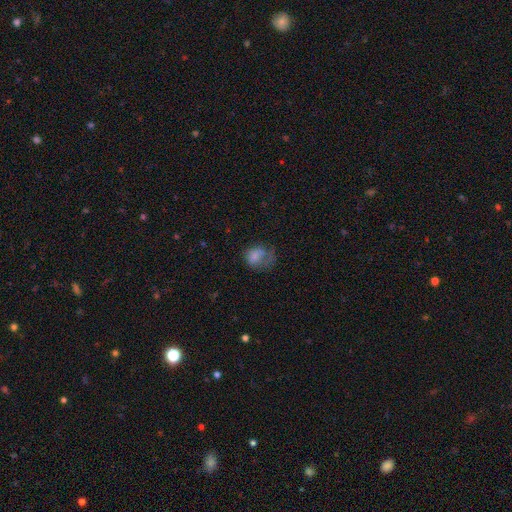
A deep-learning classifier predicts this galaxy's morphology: smooth-or-featured: smooth: 67% | featured or disk: 23% | star or artifact: 11%
  how-rounded: in between: 53% | round: 46% | cigar-shaped: 1%
  merging: major disturbance: 43% | none: 27% | minor disturbance: 23% | merger: 7%